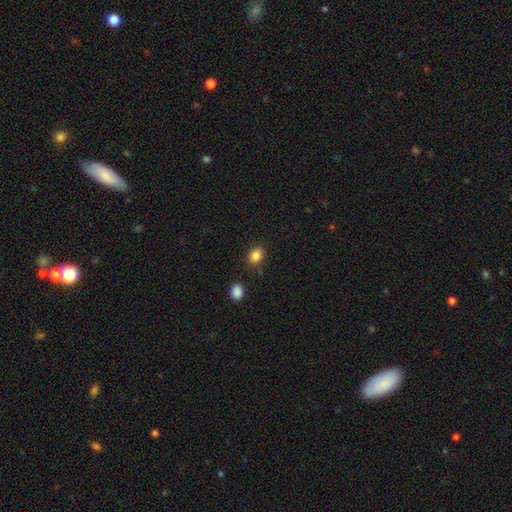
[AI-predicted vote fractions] Smooth or featured? Predicted: smooth (p=0.85). How rounded? Predicted: in between (p=0.50). Merging? Predicted: none (p=0.83).